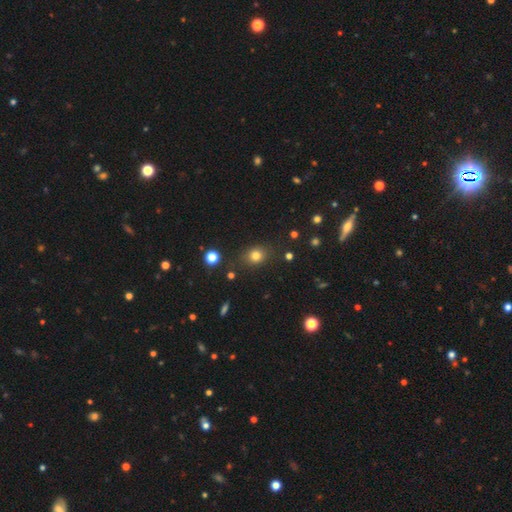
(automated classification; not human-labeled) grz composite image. It shows a smooth galaxy with no disk features (79%) that is round (64%). Merging: none (82%).